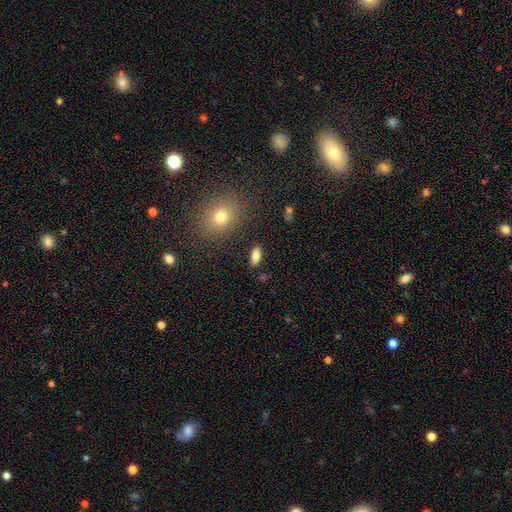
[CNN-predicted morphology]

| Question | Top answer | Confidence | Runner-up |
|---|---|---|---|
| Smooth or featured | smooth | 81% | featured or disk (10%) |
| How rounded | in between | 80% | cigar-shaped (17%) |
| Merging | none | 87% | minor disturbance (9%) |